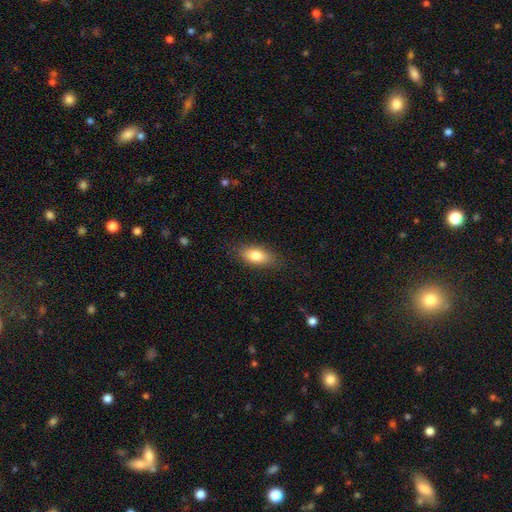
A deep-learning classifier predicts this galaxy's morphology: A smooth galaxy with no disk features (82%) that is in between round and cigar-shaped (85%). Merging: none (82%).